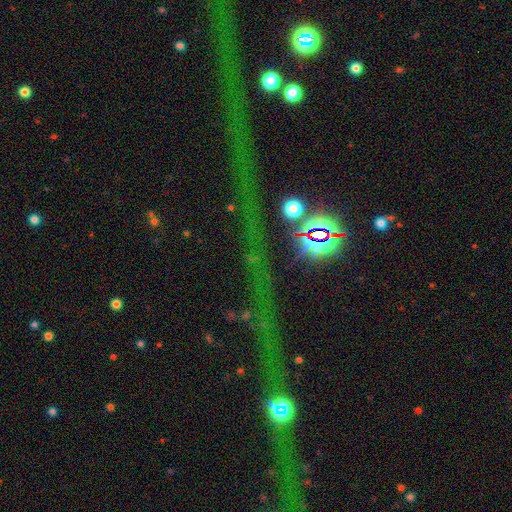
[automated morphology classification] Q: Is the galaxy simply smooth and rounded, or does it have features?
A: star or artifact — 78%.